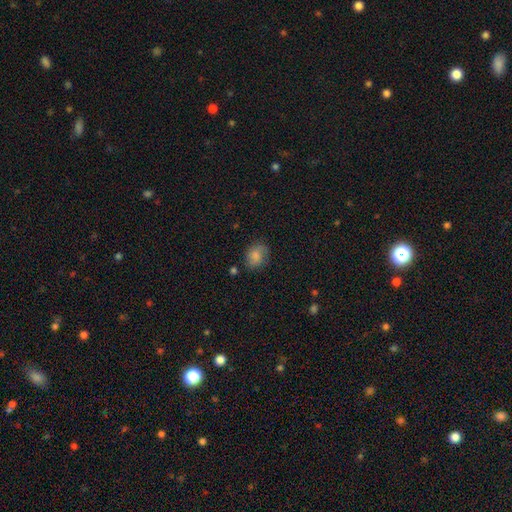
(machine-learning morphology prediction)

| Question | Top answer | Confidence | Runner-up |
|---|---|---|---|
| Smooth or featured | smooth | 73% | featured or disk (17%) |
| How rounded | in between | 50% | round (49%) |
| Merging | none | 70% | minor disturbance (21%) |